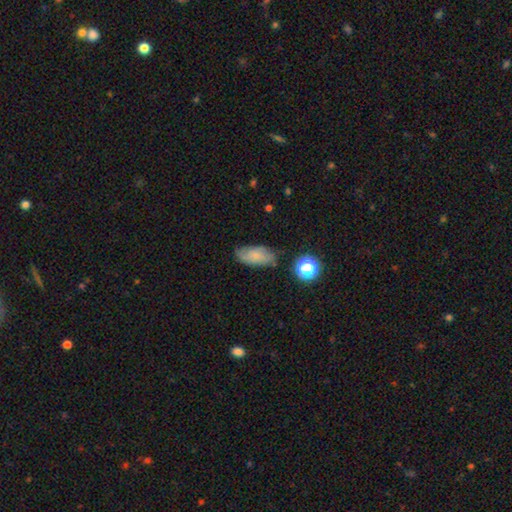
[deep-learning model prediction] Overall: smooth (59%; featured or disk 30%). How rounded: in between (89%). Merging: none (66%).